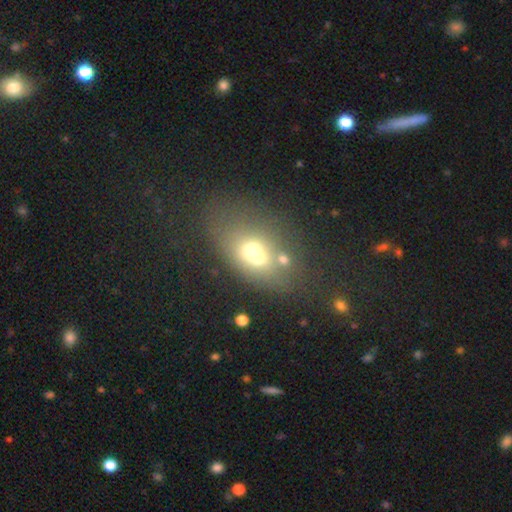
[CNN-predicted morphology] Overall: smooth (52%; featured or disk 31%). How rounded: in between (63%; round 34%). Merging: merger (54%; none 28%).